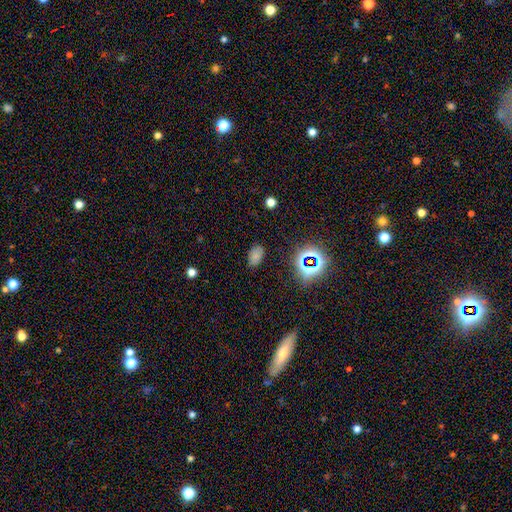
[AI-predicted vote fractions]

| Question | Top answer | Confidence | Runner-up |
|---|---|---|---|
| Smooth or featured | smooth | 66% | star or artifact (26%) |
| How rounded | in between | 90% | round (9%) |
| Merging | none | 80% | minor disturbance (14%) |